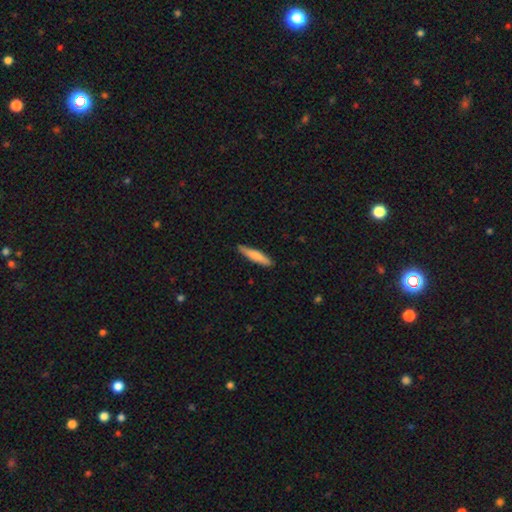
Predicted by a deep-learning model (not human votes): Smooth or featured?
  - smooth: 74% *
  - featured or disk: 21%
  - star or artifact: 5%
How rounded?
  - cigar-shaped: 86% *
  - in between: 12%
  - round: 1%
Merging?
  - none: 84% *
  - minor disturbance: 13%
  - major disturbance: 2%
  - merger: 1%